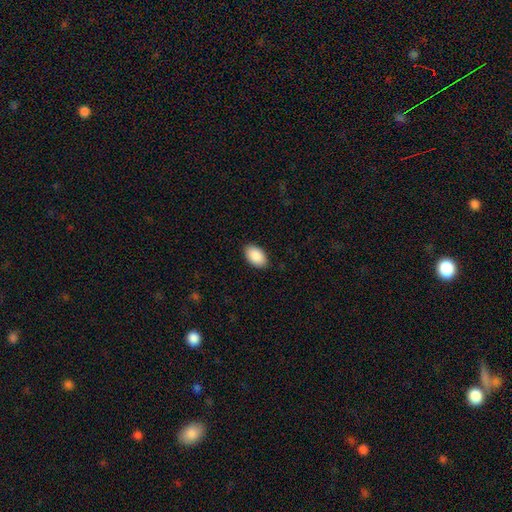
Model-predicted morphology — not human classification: A smooth galaxy with no disk features (91%) that is in between round and cigar-shaped (94%).

Vote fractions:
- Smooth or featured? smooth: 91% / star or artifact: 6% / featured or disk: 3%
- How rounded? in between: 94% / round: 5% / cigar-shaped: 1%
- Merging? none: 88% / minor disturbance: 9% / major disturbance: 2% / merger: 1%